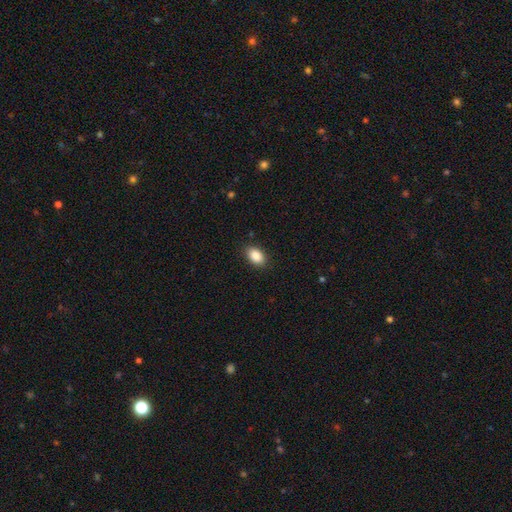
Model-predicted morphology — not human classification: smooth-or-featured: smooth: 87% | star or artifact: 8% | featured or disk: 5%
  how-rounded: in between: 89% | round: 9% | cigar-shaped: 2%
  merging: none: 88% | minor disturbance: 8% | major disturbance: 2% | merger: 1%